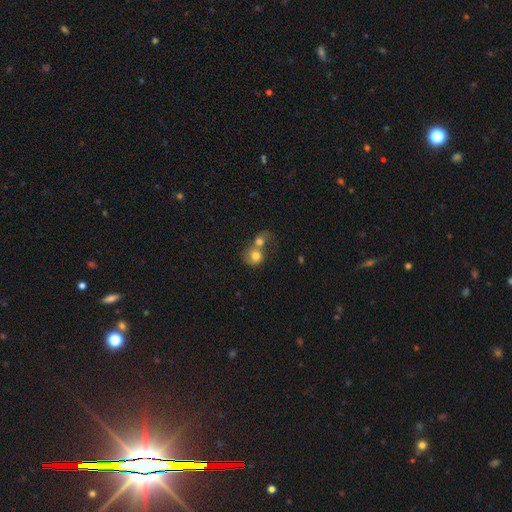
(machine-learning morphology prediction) A smooth galaxy with no disk features (69%) that is round (72%).

Vote fractions:
- Smooth or featured? smooth: 69% / featured or disk: 23% / star or artifact: 9%
- How rounded? round: 72% / in between: 27% / cigar-shaped: 1%
- Merging? merger: 77% / none: 13% / major disturbance: 6% / minor disturbance: 5%